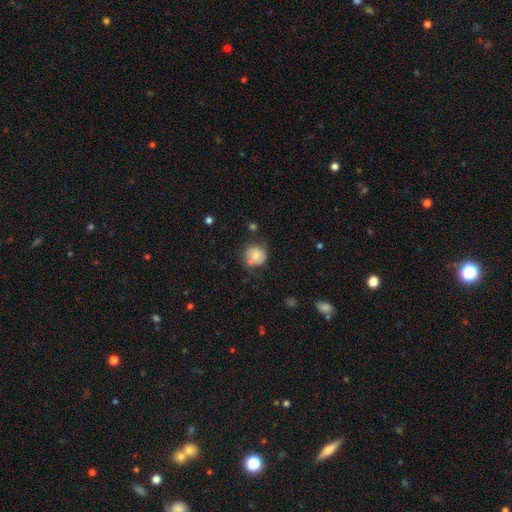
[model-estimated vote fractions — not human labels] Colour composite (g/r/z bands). It shows a smooth galaxy with no disk features (62%) that is round (85%). Merging: none (61%).